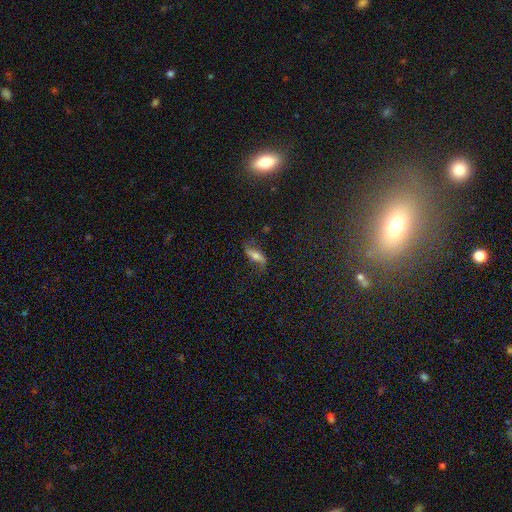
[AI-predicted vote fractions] Q: Smooth or featured?
A: featured or disk (55%); runner-up: smooth (33%)
Q: Edge-on disk?
A: no (73%); runner-up: yes (27%)
Q: Merging?
A: none (69%); runner-up: minor disturbance (19%)